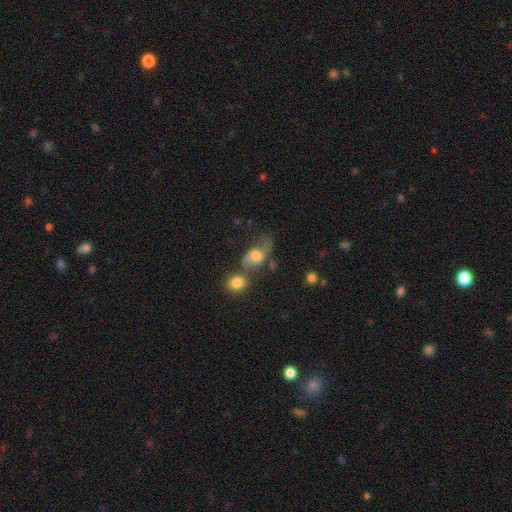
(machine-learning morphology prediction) smooth 45%, featured or disk 43%, star or artifact 12%. Down the decision tree: merging — none (37%).